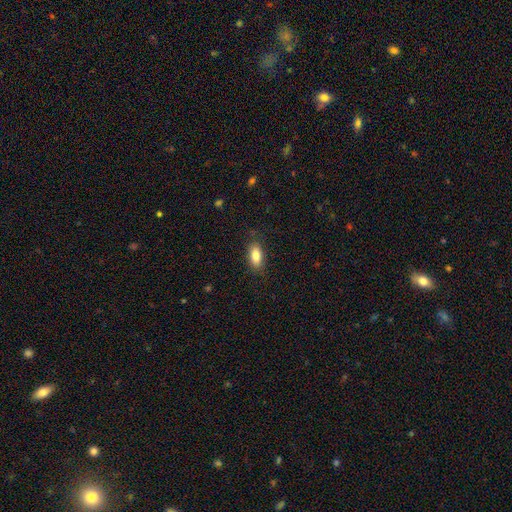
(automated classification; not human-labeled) Morphology: type=smooth (84%); roundness=in between (87%); merging=none (85%).